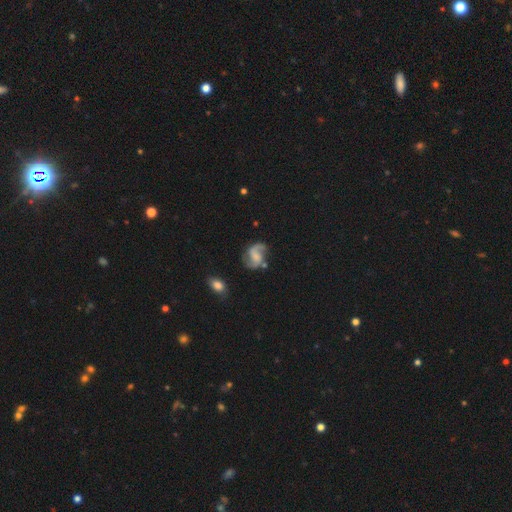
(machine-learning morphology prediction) A featured or disk galaxy (86%) with no bar (49%), 2 (91%) medium (47%) spiral arms (97%) and no central bulge (38%). Merging: none (69%).